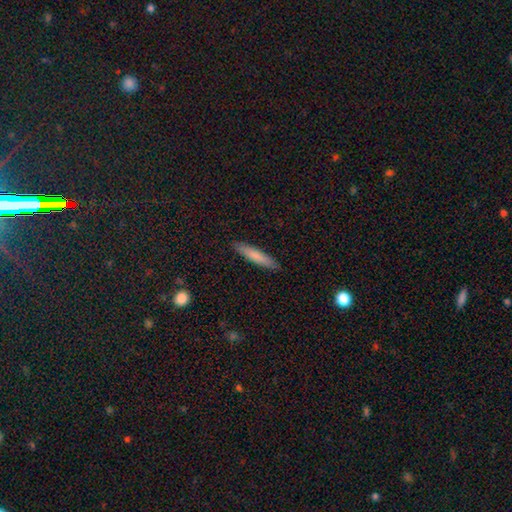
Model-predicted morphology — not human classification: smooth_or_featured: smooth (p=0.78) [alt: featured or disk p=0.16]
how_rounded: cigar-shaped (p=0.91) [alt: in between p=0.08]
merging: none (p=0.90) [alt: minor disturbance p=0.07]